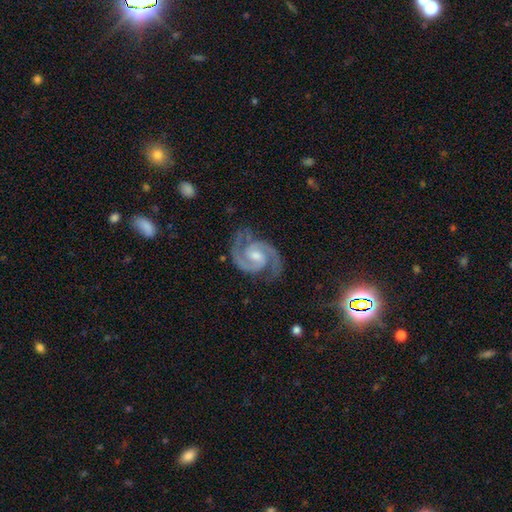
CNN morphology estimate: Smooth or featured? featured or disk (94%)
Edge-on disk? no (98%)
Bar? weak (45%)
Spiral arms? yes (99%)
Spiral winding? medium (56%)
Spiral arm count? 2 (94%)
Bulge size? moderate (51%)
Merging? none (81%)